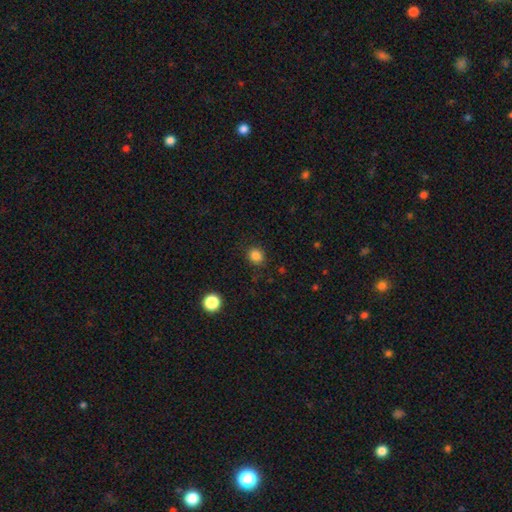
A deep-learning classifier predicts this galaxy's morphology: type=smooth (84%); roundness=round (78%); merging=none (87%).